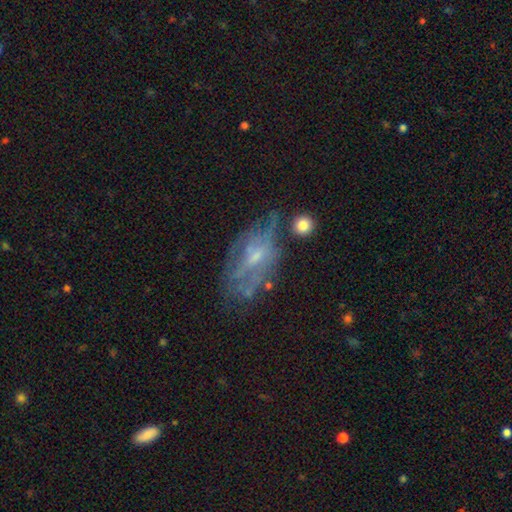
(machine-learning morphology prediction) Overall: featured or disk (65%). Edge-on disk: no (88%). Bar: no (60%; weak 32%). Spiral arms: no (56%; yes 44%). Bulge size: small (57%; moderate 29%). Merging: none (47%; minor disturbance 25%).